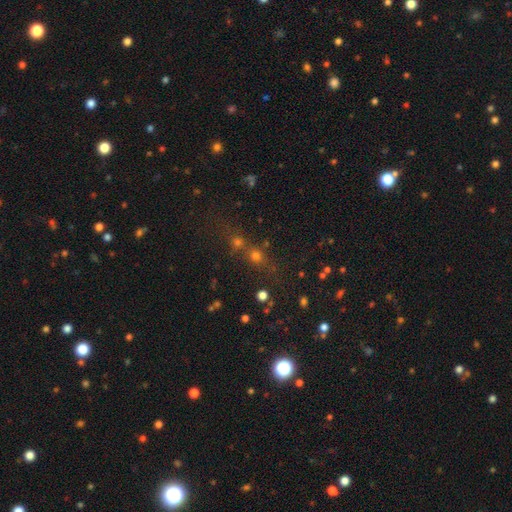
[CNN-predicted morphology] This is possibly a smooth galaxy (48%). Merging: possibly none (52%).